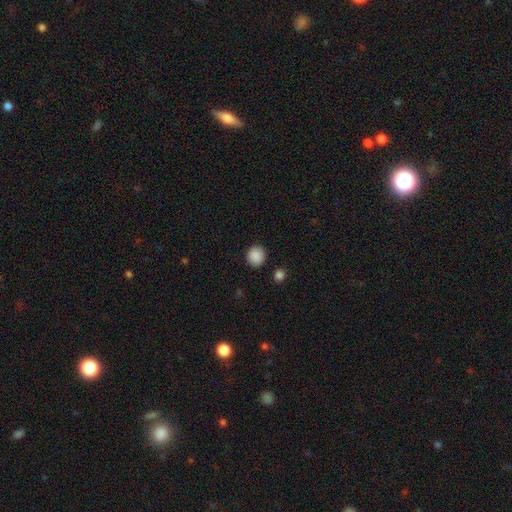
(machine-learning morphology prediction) Smooth or featured: smooth — 89% (star or artifact — 8%)
How rounded: round — 88% (in between — 11%)
Merging: none — 89% (minor disturbance — 7%)